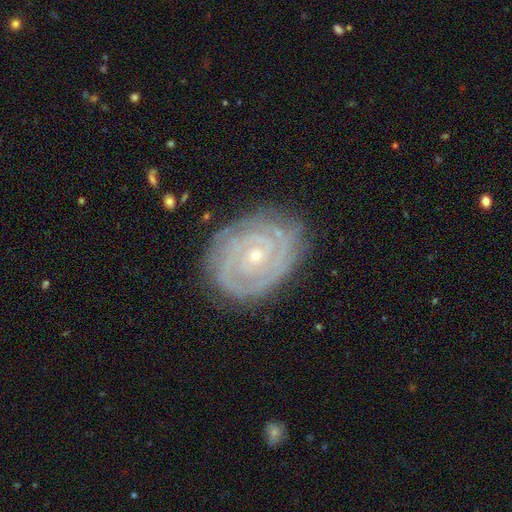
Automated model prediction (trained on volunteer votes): Smooth or featured?
  - featured or disk: 88% *
  - smooth: 6%
  - star or artifact: 6%
Edge-on disk?
  - no: 97% *
  - yes: 3%
Bar?
  - no: 72% *
  - weak: 21%
  - strong: 8%
Spiral arms?
  - yes: 97% *
  - no: 3%
Spiral winding?
  - tight: 85% *
  - medium: 13%
  - loose: 2%
Spiral arm count?
  - 2: 38% *
  - can't tell: 20%
  - 3: 20%
  - 4: 10%
  - more than 4: 6%
  - 1: 6%
Bulge size?
  - small: 76% *
  - moderate: 21%
  - large: 1%
  - none: 1%
  - dominant: 1%
Merging?
  - none: 81% *
  - minor disturbance: 14%
  - major disturbance: 4%
  - merger: 1%